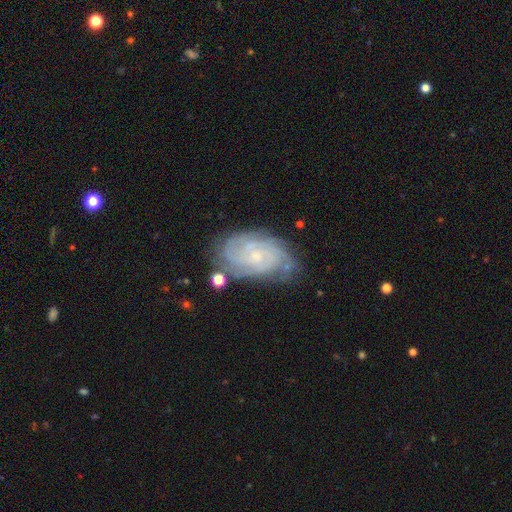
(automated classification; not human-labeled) Smooth or featured? featured or disk (81%)
Edge-on disk? no (96%)
Bar? no (73%)
Spiral arms? yes (95%)
Spiral winding? tight (71%)
Spiral arm count? can't tell (34%)
Bulge size? small (73%)
Merging? none (69%)